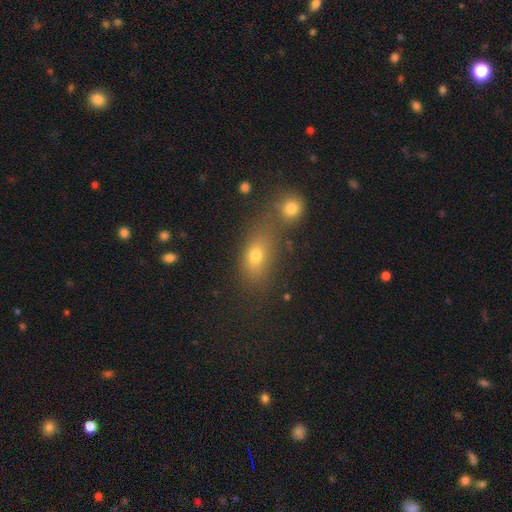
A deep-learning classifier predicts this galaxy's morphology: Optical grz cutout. It shows a smooth galaxy with no disk features (70%) that is in between round and cigar-shaped (66%). Merging: none (45%).